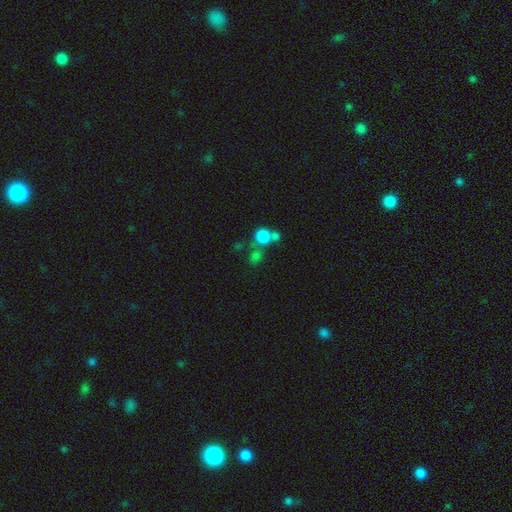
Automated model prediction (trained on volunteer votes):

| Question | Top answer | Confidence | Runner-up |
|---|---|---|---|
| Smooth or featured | smooth | 76% | star or artifact (16%) |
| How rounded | round | 80% | in between (19%) |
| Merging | none | 50% | merger (35%) |